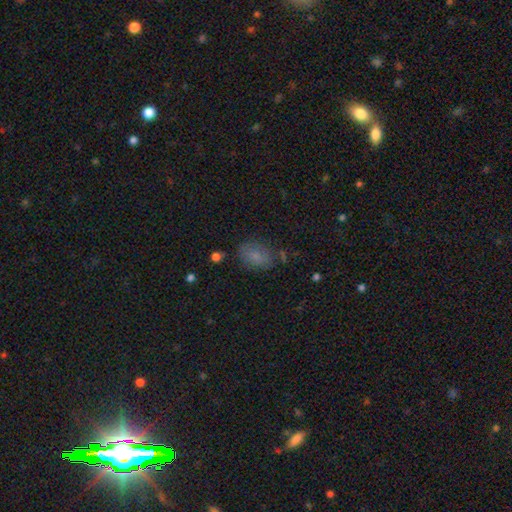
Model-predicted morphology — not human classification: A smooth galaxy with no disk features (75%) that is in between round and cigar-shaped (79%).

Vote fractions:
- Smooth or featured? smooth: 75% / star or artifact: 13% / featured or disk: 12%
- How rounded? in between: 79% / round: 19% / cigar-shaped: 2%
- Merging? none: 69% / minor disturbance: 21% / major disturbance: 7% / merger: 4%